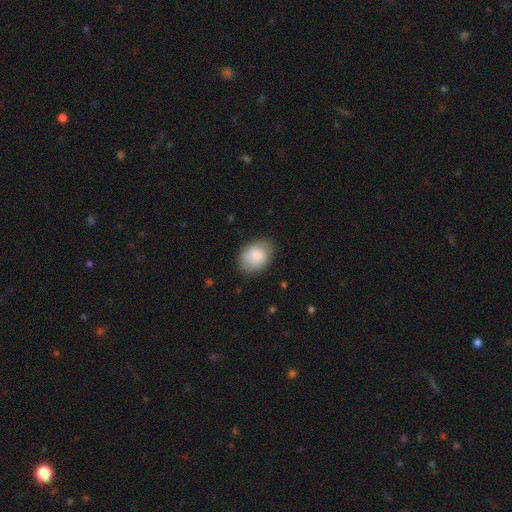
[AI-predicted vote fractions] Smooth or featured? Predicted: smooth (p=0.81). How rounded? Predicted: in between (p=0.75). Merging? Predicted: none (p=0.79).